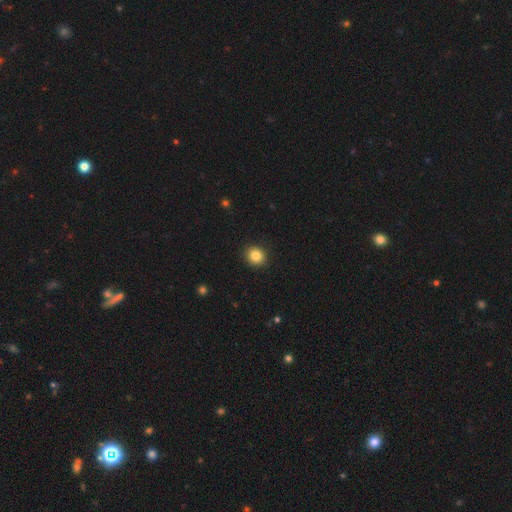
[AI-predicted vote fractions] This is clearly a smooth galaxy (84%). How rounded: clearly round (84%). Merging: clearly none (91%).